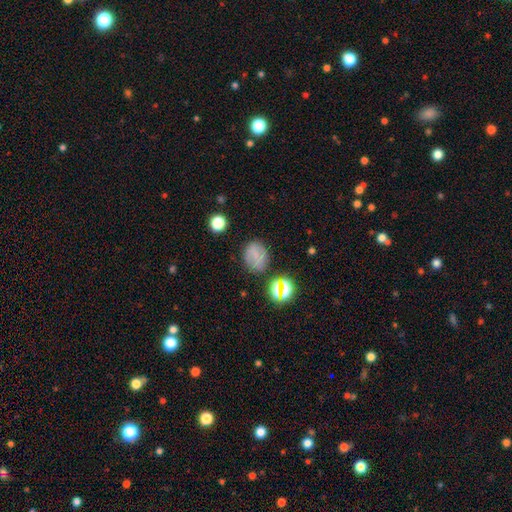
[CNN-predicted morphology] A smooth galaxy with no disk features (61%) that is round (57%).

Vote fractions:
- Smooth or featured? smooth: 61% / featured or disk: 21% / star or artifact: 18%
- How rounded? round: 57% / in between: 42% / cigar-shaped: 1%
- Merging? none: 74% / minor disturbance: 16% / major disturbance: 6% / merger: 4%